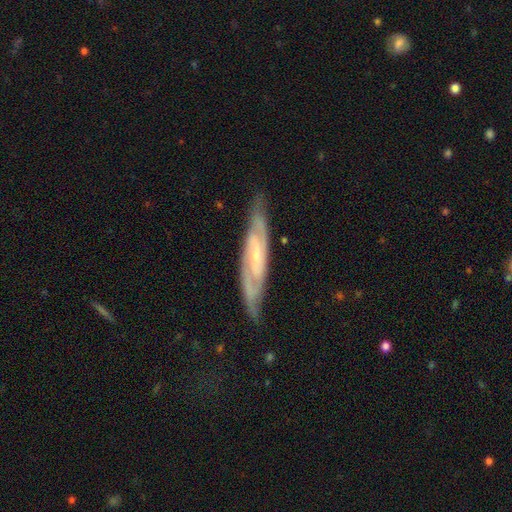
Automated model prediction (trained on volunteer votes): Smooth or featured: featured or disk — 84% (smooth — 11%)
Edge-on disk: no — 75% (yes — 25%)
Bar: weak — 40% (no — 37%)
Spiral arms: yes — 95% (no — 5%)
Spiral winding: tight — 49% (medium — 41%)
Spiral arm count: 2 — 73% (can't tell — 15%)
Bulge size: small — 73% (moderate — 18%)
Merging: none — 80% (minor disturbance — 15%)